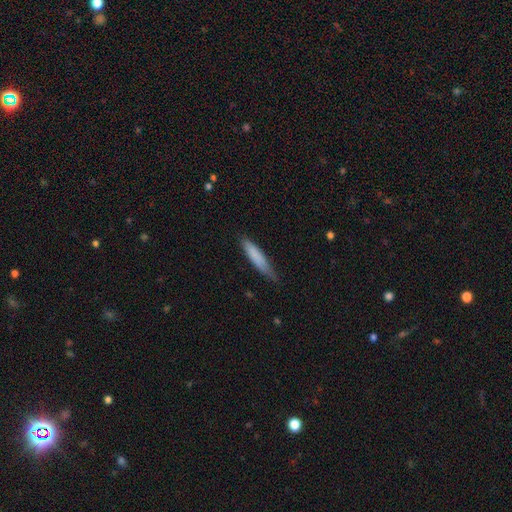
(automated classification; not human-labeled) smooth_or_featured: smooth (p=0.80) [alt: featured or disk p=0.14]
how_rounded: cigar-shaped (p=0.85) [alt: in between p=0.14]
merging: none (p=0.70) [alt: minor disturbance p=0.25]